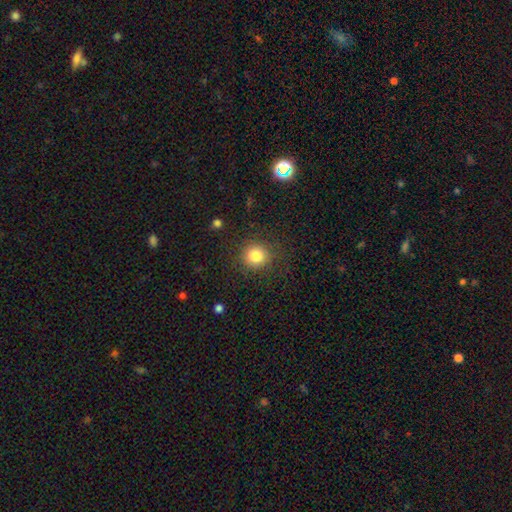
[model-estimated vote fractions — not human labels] smooth-or-featured: smooth: 81% | star or artifact: 12% | featured or disk: 7%
  how-rounded: round: 91% | in between: 8% | cigar-shaped: 1%
  merging: none: 85% | minor disturbance: 9% | major disturbance: 4% | merger: 1%